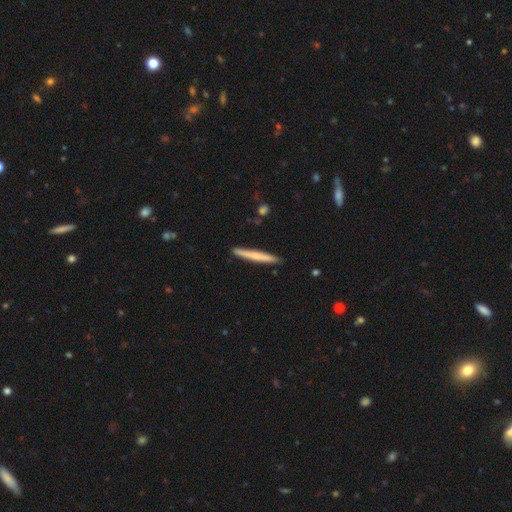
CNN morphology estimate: Smooth or featured?
  - smooth: 57% *
  - featured or disk: 38%
  - star or artifact: 5%
How rounded?
  - cigar-shaped: 96% *
  - in between: 2%
  - round: 1%
Merging?
  - none: 90% *
  - minor disturbance: 7%
  - merger: 1%
  - major disturbance: 1%